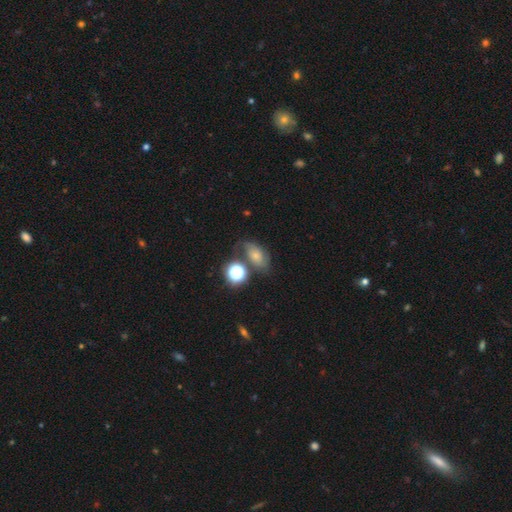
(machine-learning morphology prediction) smooth_or_featured: smooth (p=0.44) [alt: star or artifact p=0.28]
merging: none (p=0.61) [alt: minor disturbance p=0.18]